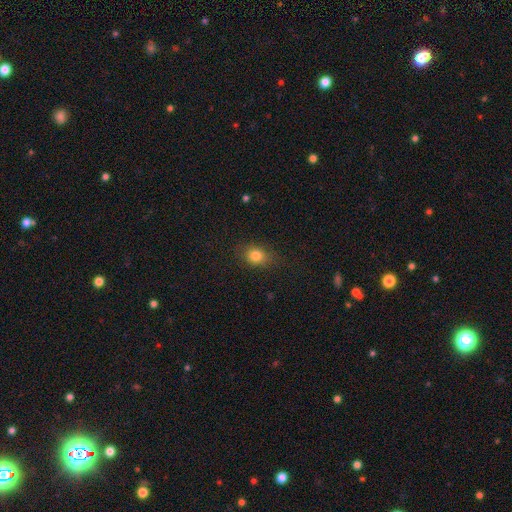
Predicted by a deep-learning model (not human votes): A smooth galaxy with no disk features (80%) that is in between round and cigar-shaped (50%). Merging: none (79%).